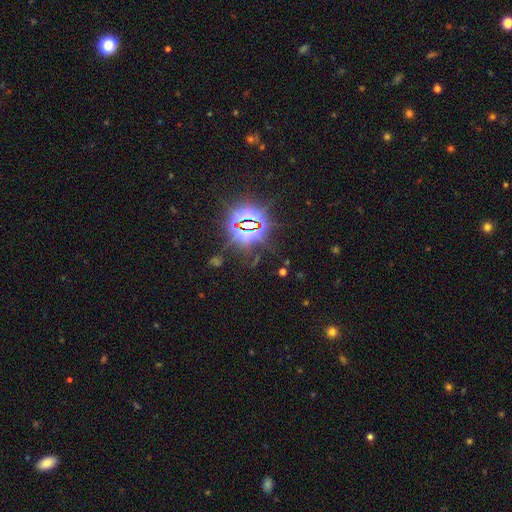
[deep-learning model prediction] This appears to be a star or artifact, not a galaxy (83%).